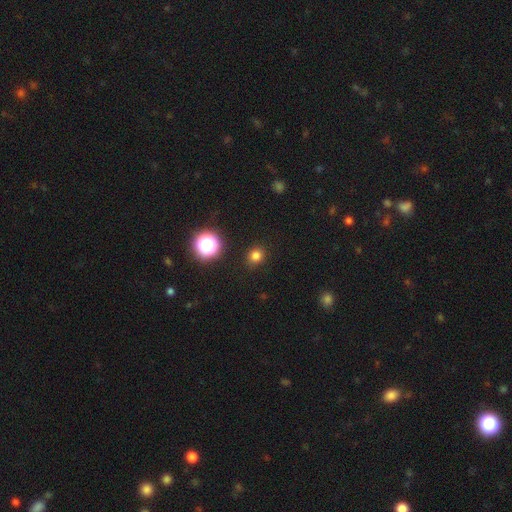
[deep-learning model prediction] The model was most divided on "smooth or featured": smooth: 78%, star or artifact: 18%, featured or disk: 4%. More confident: merging — none (90%); how rounded — round (85%).